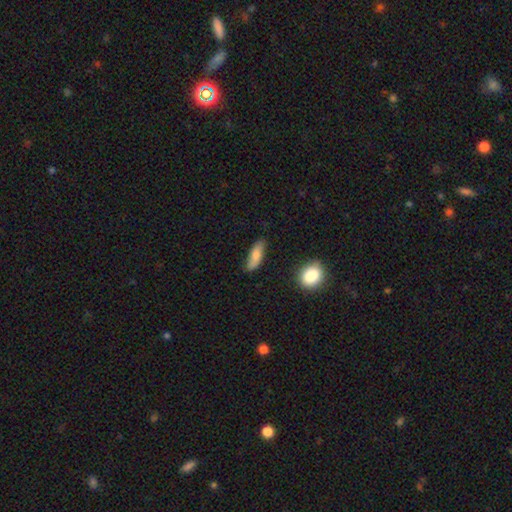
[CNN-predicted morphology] type=smooth (74%); roundness=in between (51%); merging=none (75%).